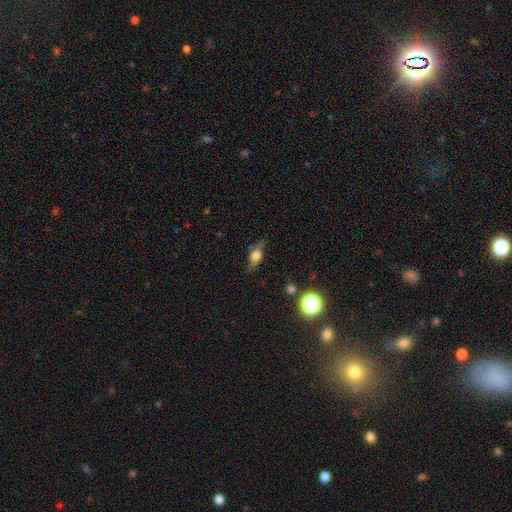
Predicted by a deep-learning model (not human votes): Smooth or featured?
  - smooth: 47% *
  - featured or disk: 41%
  - star or artifact: 12%
Merging?
  - none: 67% *
  - minor disturbance: 22%
  - major disturbance: 9%
  - merger: 2%